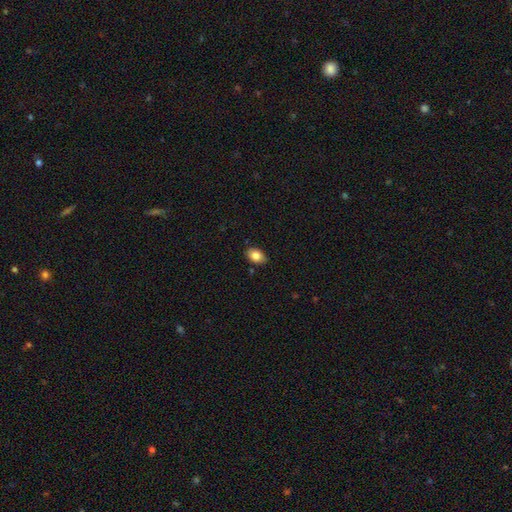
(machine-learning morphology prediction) Overall: smooth (84%). How rounded: in between (87%). Merging: none (85%).